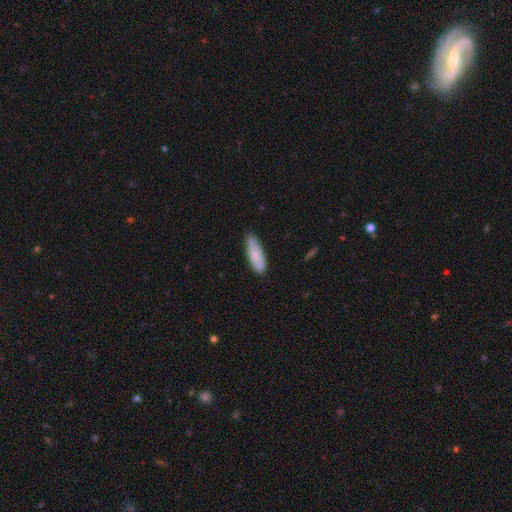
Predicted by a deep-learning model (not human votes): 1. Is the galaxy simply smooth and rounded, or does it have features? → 79% smooth, 15% featured or disk, 6% star or artifact.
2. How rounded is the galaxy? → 52% in between, 47% cigar-shaped, 2% round.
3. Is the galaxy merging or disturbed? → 80% none, 16% minor disturbance, 2% major disturbance, 2% merger.